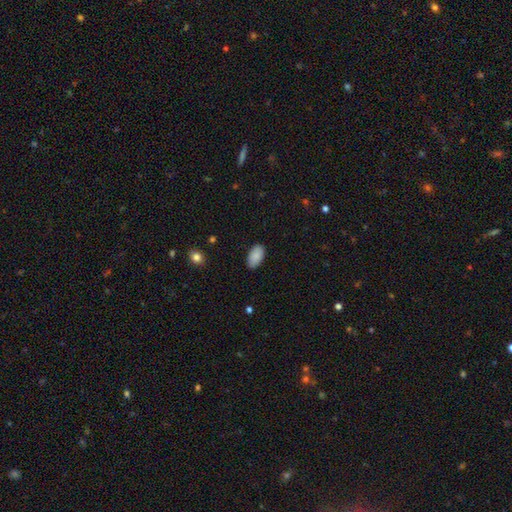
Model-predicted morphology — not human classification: Smooth or featured? smooth (90%)
How rounded? in between (95%)
Merging? none (88%)